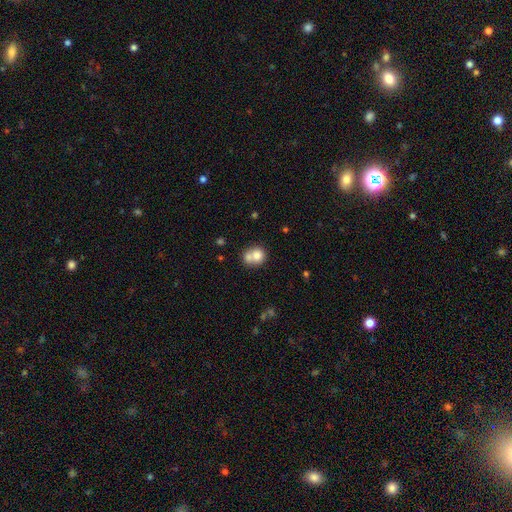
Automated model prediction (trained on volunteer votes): smooth-or-featured: smooth: 75% | featured or disk: 16% | star or artifact: 10%
  how-rounded: round: 74% | in between: 25% | cigar-shaped: 1%
  merging: merger: 54% | none: 34% | minor disturbance: 9% | major disturbance: 4%